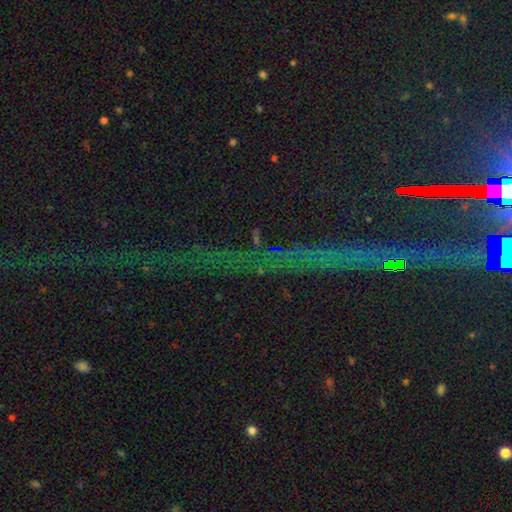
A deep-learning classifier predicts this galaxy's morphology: Q: Smooth or featured?
A: star or artifact (75%); runner-up: featured or disk (13%)